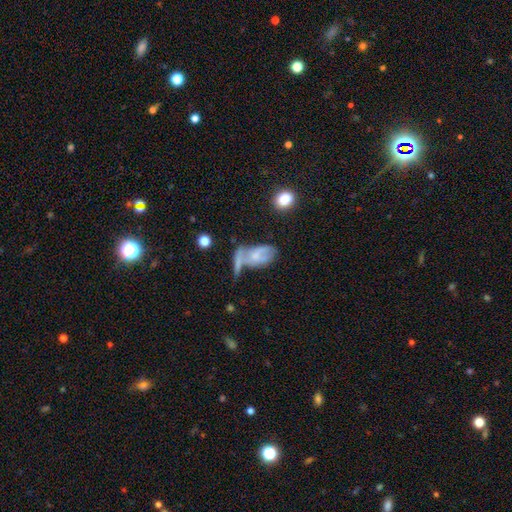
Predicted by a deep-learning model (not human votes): featured or disk 48%, smooth 42%, star or artifact 10%. Down the decision tree: merging — merger (35%).